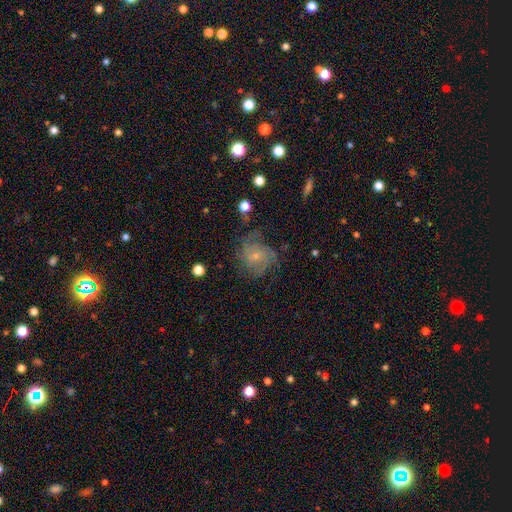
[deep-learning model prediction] This is likely a featured or disk galaxy (65%). It is clearly not viewed edge-on (98%). Bar: likely no (71%). Spiral arm pattern: clearly yes (86%). Spiral arm count: marginally can't tell (38%). Spiral winding: marginally medium (42%). Central bulge: likely small (69%). Merging: possibly none (56%).